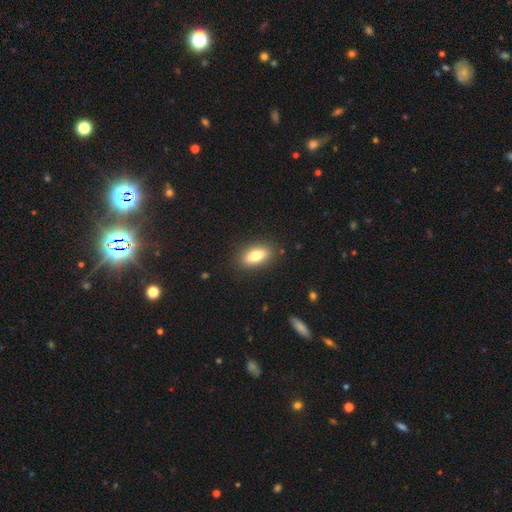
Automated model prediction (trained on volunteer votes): A smooth galaxy with no disk features (78%) that is in between round and cigar-shaped (83%). Merging: none (86%).